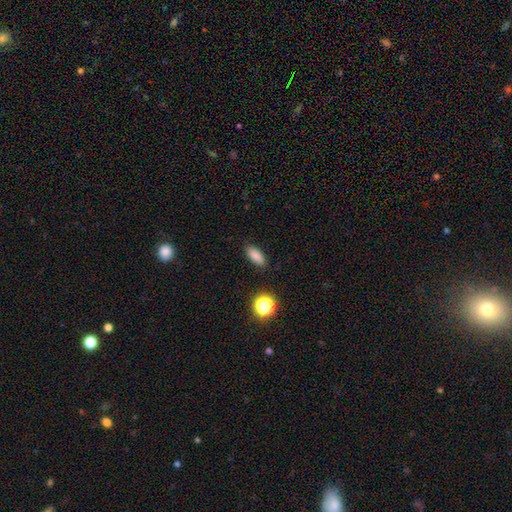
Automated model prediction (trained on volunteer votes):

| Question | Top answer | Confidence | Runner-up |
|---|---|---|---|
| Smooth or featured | smooth | 84% | star or artifact (11%) |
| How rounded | in between | 79% | cigar-shaped (16%) |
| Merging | none | 87% | minor disturbance (9%) |